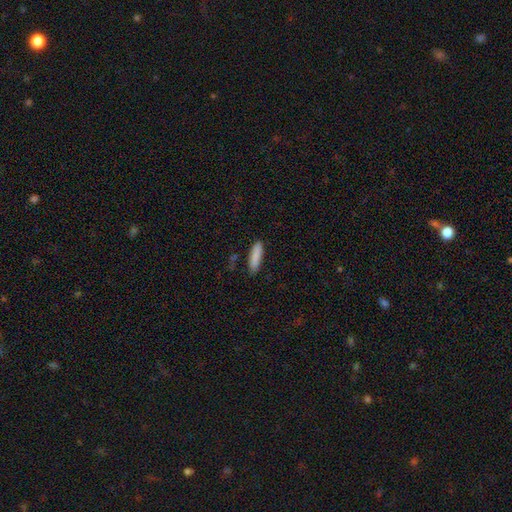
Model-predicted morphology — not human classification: smooth 88%, featured or disk 6%, star or artifact 6%. Down the decision tree: how rounded — cigar-shaped (70%); merging — none (86%).